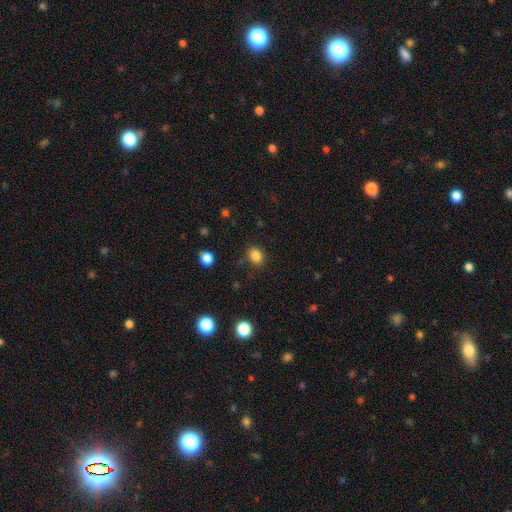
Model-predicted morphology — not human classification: Q: Smooth or featured?
A: smooth (83%); runner-up: star or artifact (12%)
Q: How rounded?
A: round (61%); runner-up: in between (38%)
Q: Merging?
A: none (79%); runner-up: minor disturbance (14%)